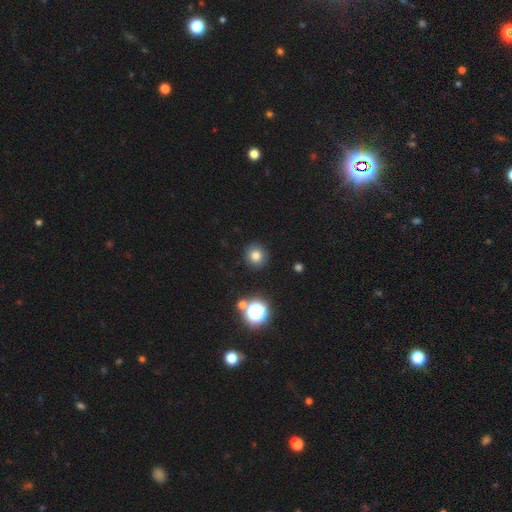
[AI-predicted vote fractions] This appears to be a smooth galaxy with no disk features (76%) that is round (92%). Merging: none (90%).